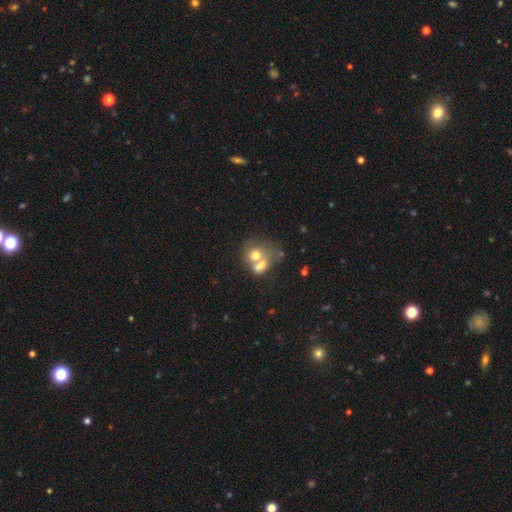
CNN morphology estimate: smooth-or-featured: smooth: 64% | featured or disk: 26% | star or artifact: 11%
  how-rounded: round: 59% | in between: 40% | cigar-shaped: 1%
  merging: merger: 65% | none: 21% | minor disturbance: 7% | major disturbance: 6%